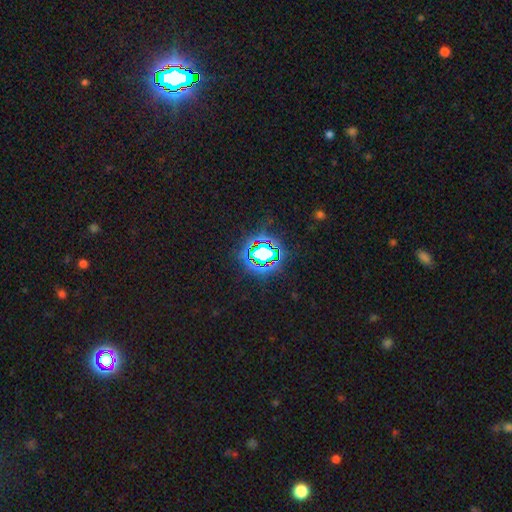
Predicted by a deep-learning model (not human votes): The model was most divided on "smooth or featured": star or artifact: 82%, smooth: 11%, featured or disk: 7%.